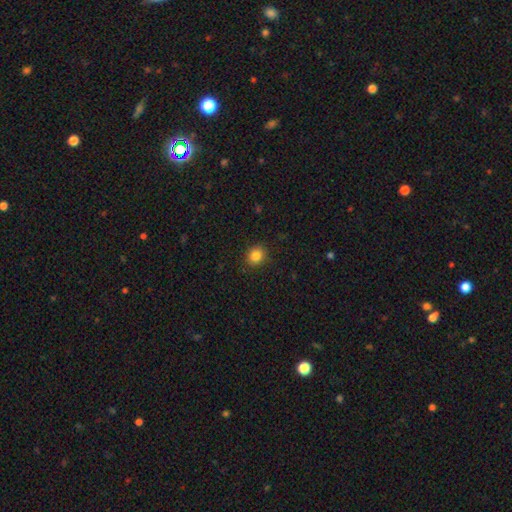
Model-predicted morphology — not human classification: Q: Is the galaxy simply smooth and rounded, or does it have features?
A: smooth — 84%.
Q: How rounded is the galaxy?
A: round — 78%.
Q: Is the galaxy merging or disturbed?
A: none — 89%.